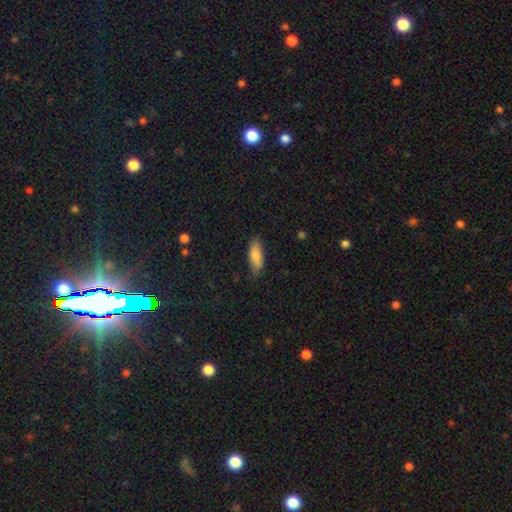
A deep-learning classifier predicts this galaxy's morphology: Smooth or featured? smooth (80%)
How rounded? in between (67%)
Merging? none (76%)